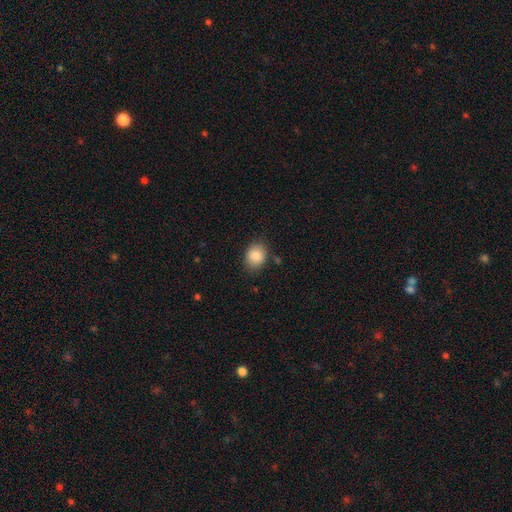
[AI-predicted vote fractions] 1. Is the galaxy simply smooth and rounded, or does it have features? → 88% smooth, 8% star or artifact, 5% featured or disk.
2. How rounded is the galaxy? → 61% in between, 38% round, 1% cigar-shaped.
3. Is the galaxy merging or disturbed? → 79% none, 15% minor disturbance, 4% major disturbance, 2% merger.